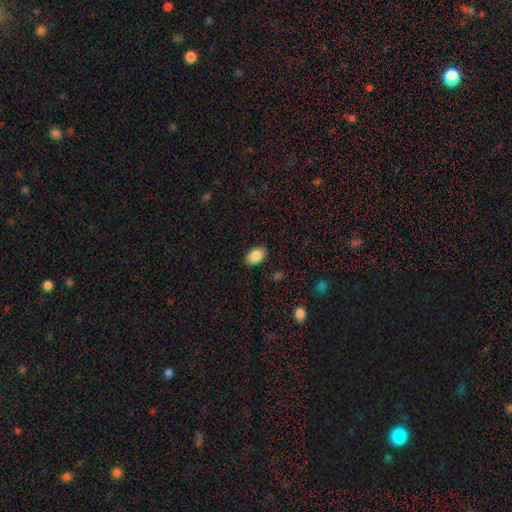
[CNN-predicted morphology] Smooth or featured? smooth (88%)
How rounded? in between (87%)
Merging? none (88%)